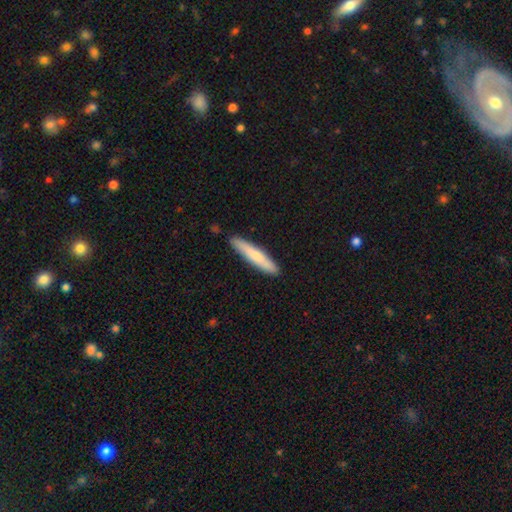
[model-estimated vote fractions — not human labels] Overall: smooth (73%). How rounded: cigar-shaped (92%). Merging: none (88%).